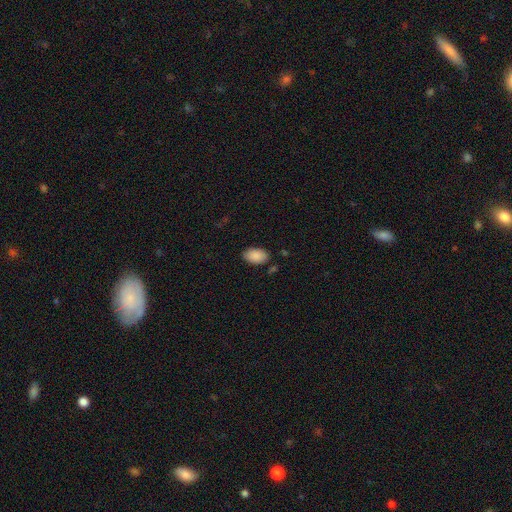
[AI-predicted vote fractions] smooth_or_featured: smooth (p=0.90) [alt: star or artifact p=0.06]
how_rounded: in between (p=0.93) [alt: round p=0.06]
merging: none (p=0.83) [alt: minor disturbance p=0.12]